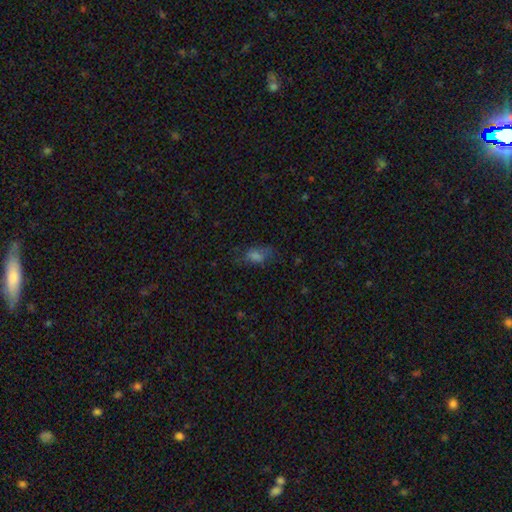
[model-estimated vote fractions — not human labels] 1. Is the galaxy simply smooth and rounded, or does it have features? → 58% smooth, 24% star or artifact, 18% featured or disk.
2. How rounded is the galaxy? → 80% in between, 10% round, 10% cigar-shaped.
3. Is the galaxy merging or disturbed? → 62% none, 22% minor disturbance, 14% major disturbance, 3% merger.